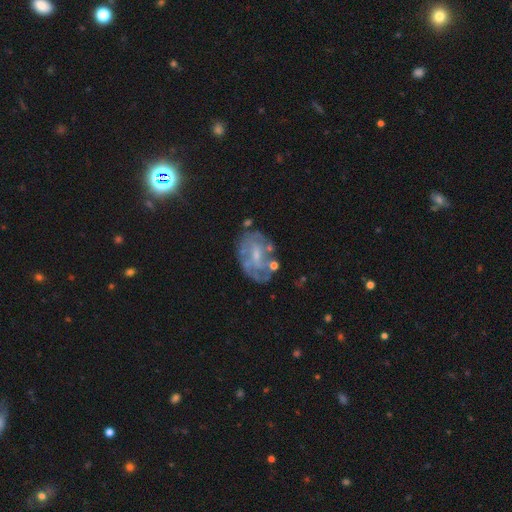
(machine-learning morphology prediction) A featured or disk galaxy (73%) with no bar (45%), spiral arms (65%) and a small central bulge (55%). Merging: none (56%).